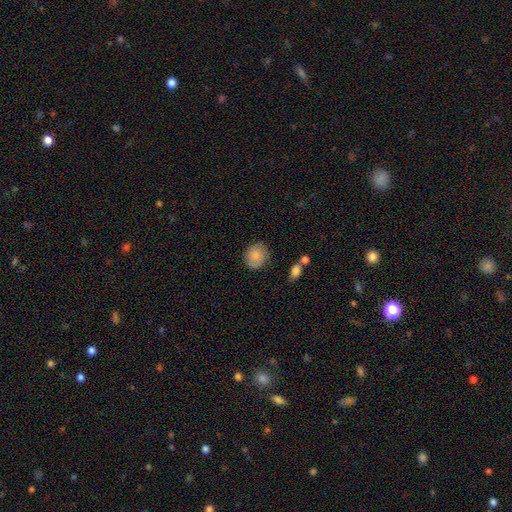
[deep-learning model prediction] A smooth galaxy with no disk features (78%) that is round (75%). Merging: none (76%).